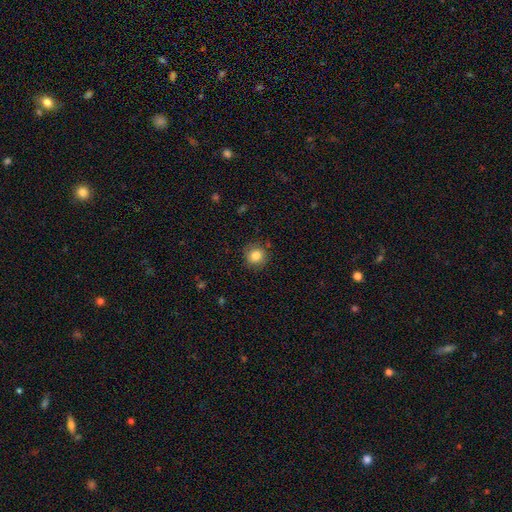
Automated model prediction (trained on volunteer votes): A smooth galaxy with no disk features (83%) that is round (90%).

Vote fractions:
- Smooth or featured? smooth: 83% / star or artifact: 10% / featured or disk: 6%
- How rounded? round: 90% / in between: 9% / cigar-shaped: 1%
- Merging? none: 87% / minor disturbance: 10% / major disturbance: 3% / merger: 1%